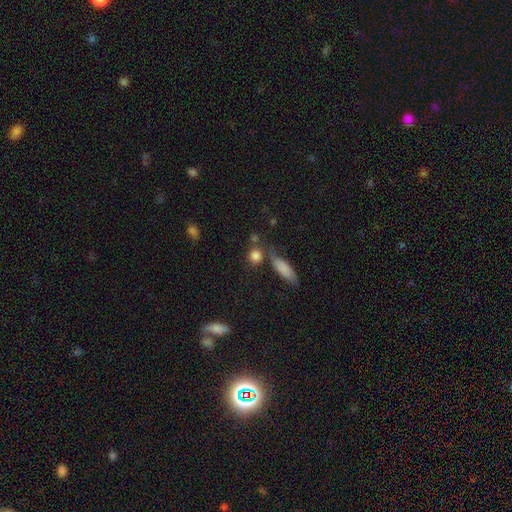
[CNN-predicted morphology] This appears to be a smooth galaxy with no disk features (83%) that is round (80%). Merging: none (67%).